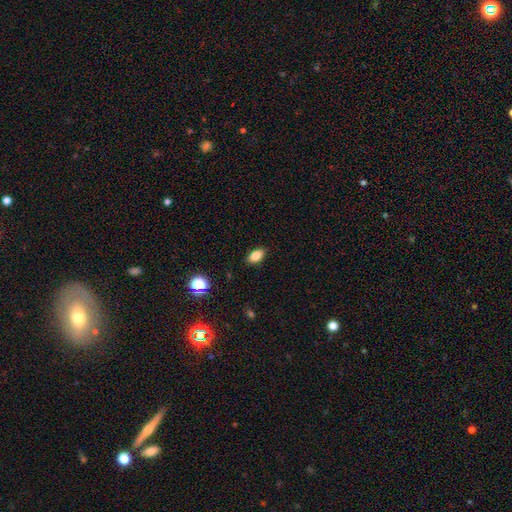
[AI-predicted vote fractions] A smooth galaxy with no disk features (83%) that is in between round and cigar-shaped (90%). Merging: none (88%).